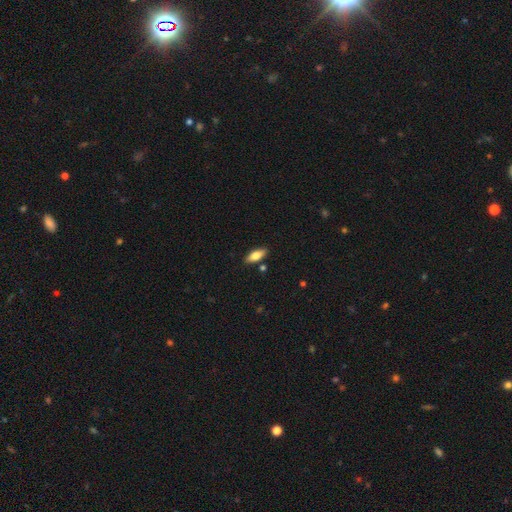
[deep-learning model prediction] Overall: smooth (75%). How rounded: in between (77%). Merging: none (85%).